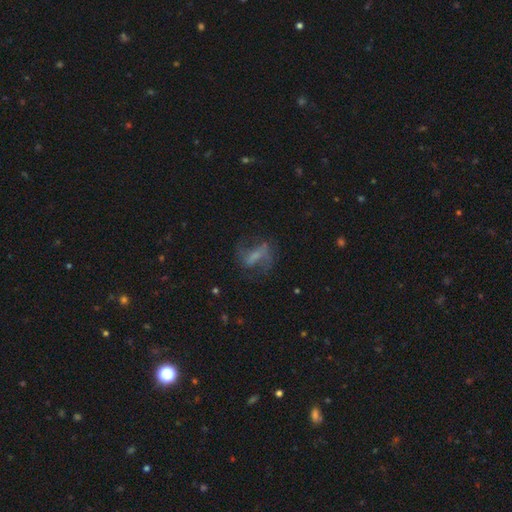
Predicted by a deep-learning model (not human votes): Smooth or featured? featured or disk (59%)
Edge-on disk? no (91%)
Bar? strong (45%)
Spiral arms? yes (71%)
Bulge size? none (37%)
Merging? none (57%)